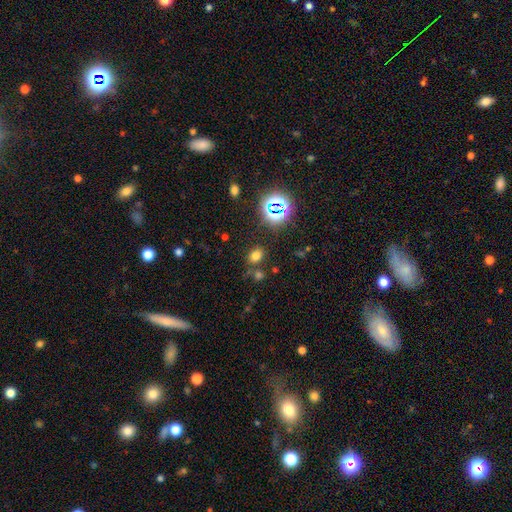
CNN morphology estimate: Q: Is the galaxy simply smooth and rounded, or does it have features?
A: smooth — 67%.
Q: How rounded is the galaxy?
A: in between — 57%.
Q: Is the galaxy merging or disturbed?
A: none — 77%.